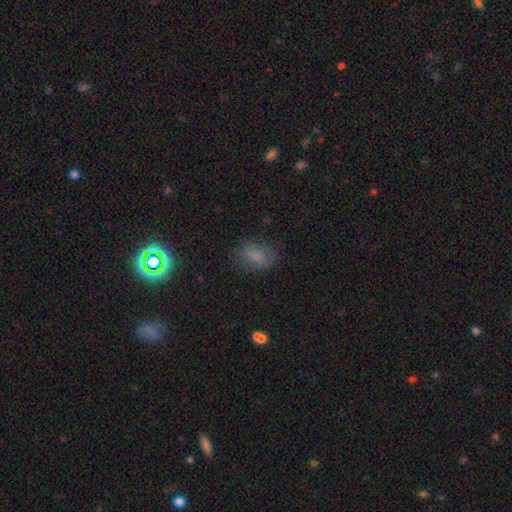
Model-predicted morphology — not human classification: smooth_or_featured: smooth (p=0.72) [alt: star or artifact p=0.16]
how_rounded: in between (p=0.73) [alt: round p=0.25]
merging: none (p=0.70) [alt: minor disturbance p=0.20]